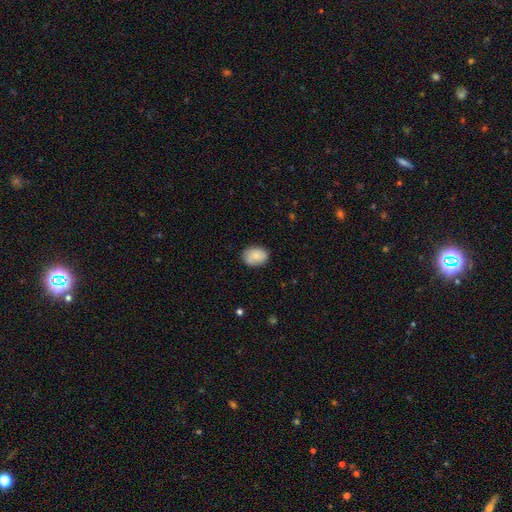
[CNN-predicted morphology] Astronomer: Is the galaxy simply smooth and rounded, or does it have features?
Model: smooth — 84%.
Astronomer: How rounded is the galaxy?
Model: in between — 77%.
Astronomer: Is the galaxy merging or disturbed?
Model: none — 81%.